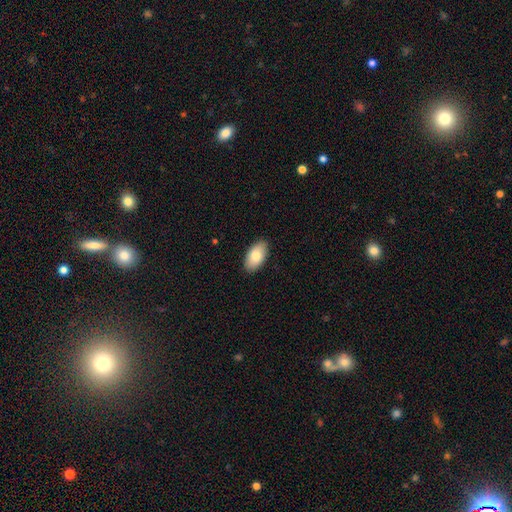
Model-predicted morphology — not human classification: type=smooth (82%); roundness=in between (95%); merging=none (90%).